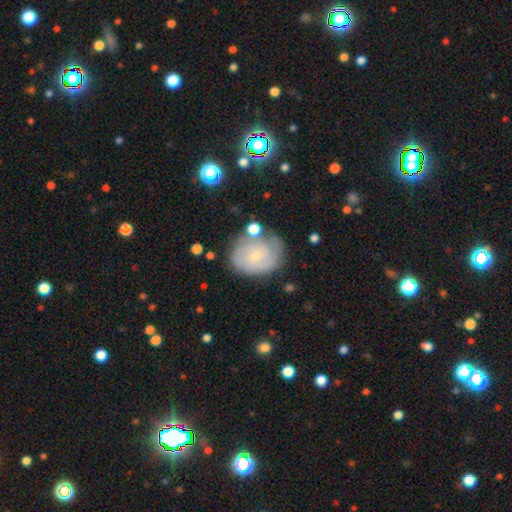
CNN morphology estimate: Q: Smooth or featured?
A: featured or disk (46%); runner-up: smooth (45%)
Q: Merging?
A: none (55%); runner-up: minor disturbance (27%)